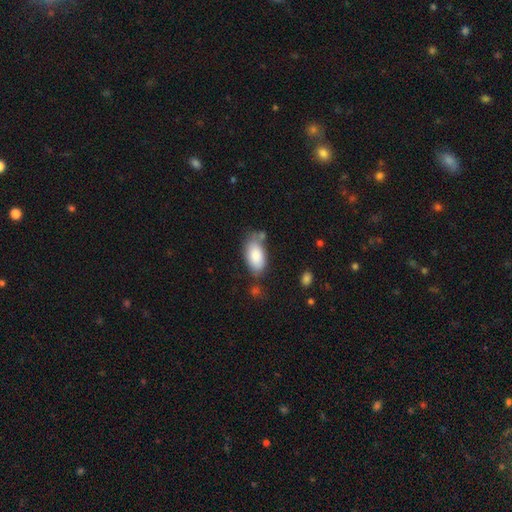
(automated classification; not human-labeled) Q: Smooth or featured?
A: smooth (85%); runner-up: featured or disk (8%)
Q: How rounded?
A: in between (94%); runner-up: cigar-shaped (3%)
Q: Merging?
A: none (61%); runner-up: minor disturbance (22%)